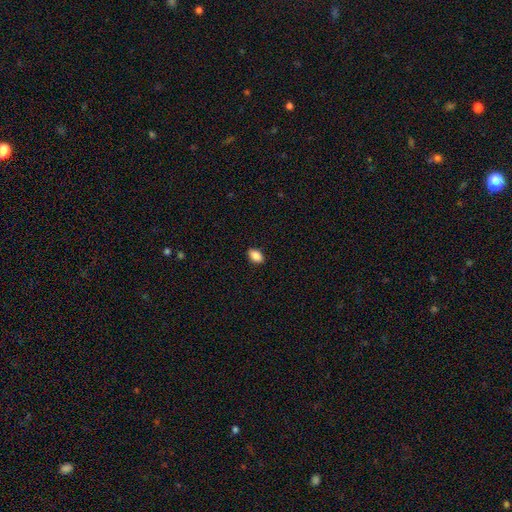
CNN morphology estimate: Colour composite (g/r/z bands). It shows a smooth galaxy with no disk features (88%) that is in between round and cigar-shaped (89%). Merging: none (89%).